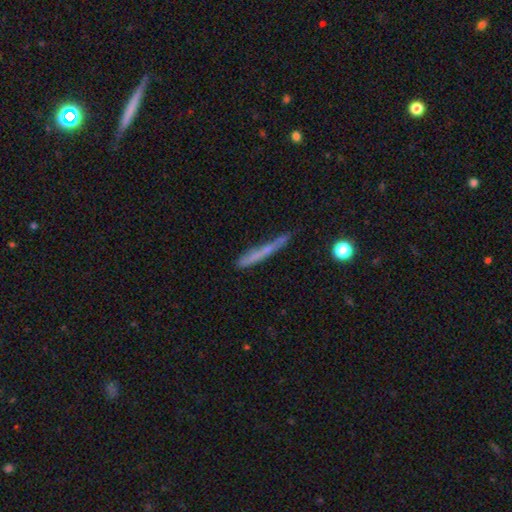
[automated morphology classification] type=smooth (56%); roundness=cigar-shaped (95%); merging=none (67%).